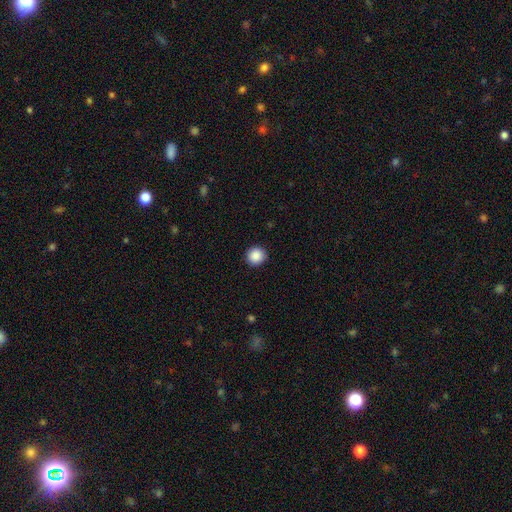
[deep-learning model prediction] This appears to be a smooth galaxy with no disk features (88%) that is round (93%). Merging: none (92%).